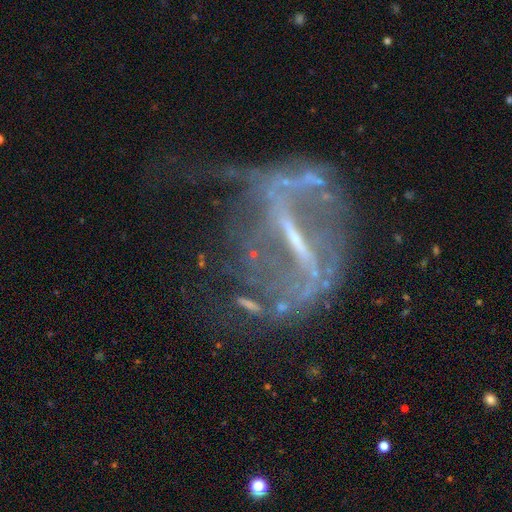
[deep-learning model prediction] Q: Smooth or featured?
A: featured or disk (79%); runner-up: star or artifact (12%)
Q: Edge-on disk?
A: no (89%); runner-up: yes (11%)
Q: Bar?
A: strong (68%); runner-up: weak (21%)
Q: Spiral arms?
A: yes (55%); runner-up: no (45%)
Q: Bulge size?
A: small (53%); runner-up: none (28%)
Q: Merging?
A: major disturbance (42%); runner-up: none (32%)